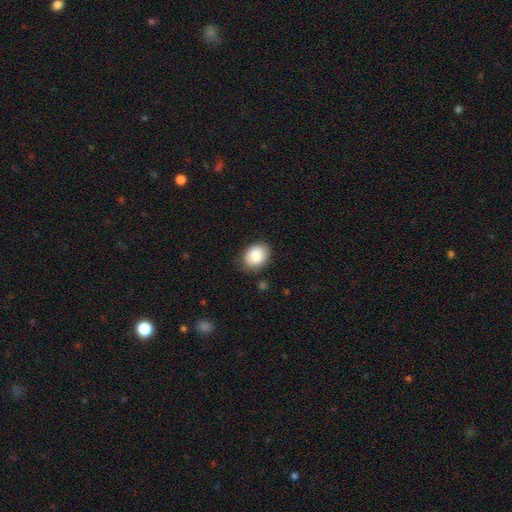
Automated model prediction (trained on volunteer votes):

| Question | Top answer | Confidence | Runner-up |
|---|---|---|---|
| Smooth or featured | smooth | 85% | star or artifact (7%) |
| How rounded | in between | 60% | round (39%) |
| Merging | none | 81% | minor disturbance (14%) |